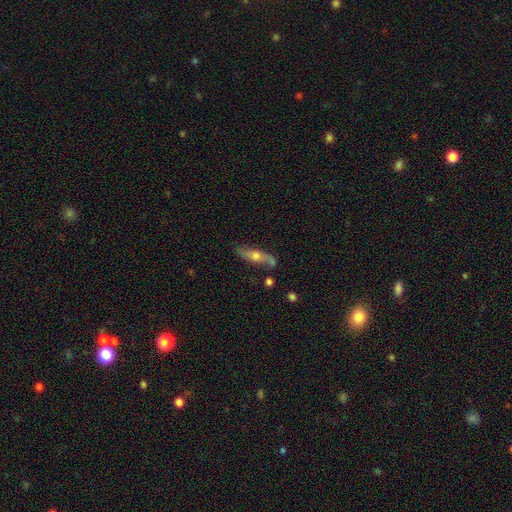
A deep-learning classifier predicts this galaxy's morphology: type=featured or disk (50%); merging=none (67%).